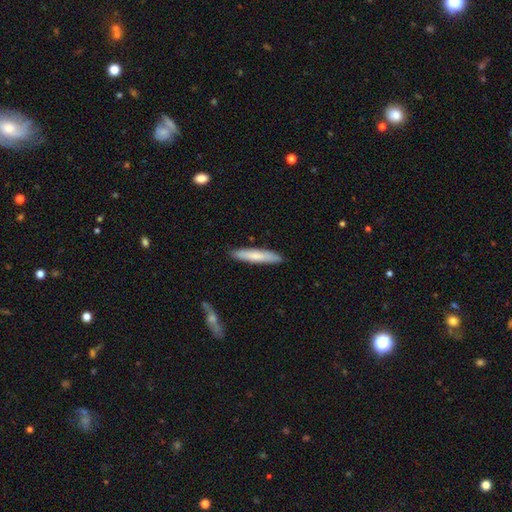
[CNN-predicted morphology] Smooth or featured? smooth (74%)
How rounded? cigar-shaped (90%)
Merging? none (88%)